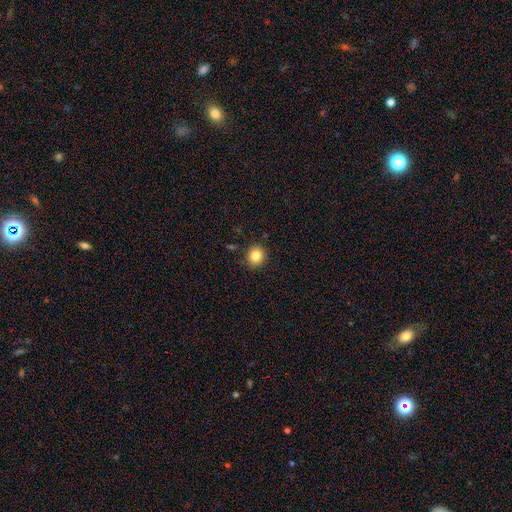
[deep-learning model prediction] A smooth galaxy with no disk features (83%) that is round (87%). Merging: none (89%).